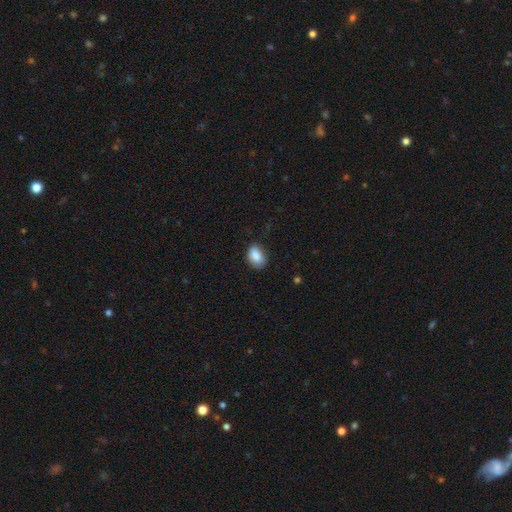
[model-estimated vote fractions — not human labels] Smooth or featured: smooth — 86% (star or artifact — 8%)
How rounded: in between — 82% (round — 16%)
Merging: none — 75% (minor disturbance — 20%)